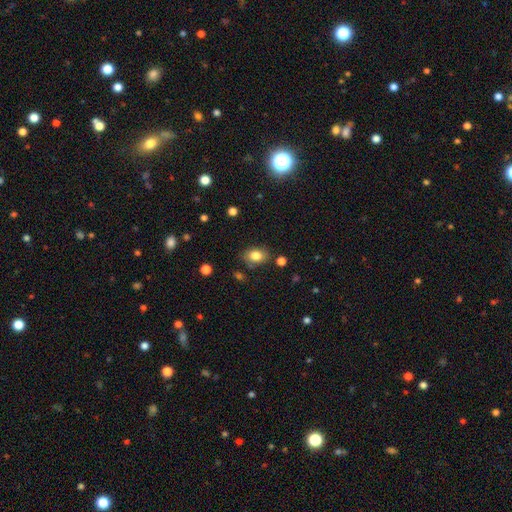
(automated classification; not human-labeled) Q: Smooth or featured?
A: smooth (81%); runner-up: featured or disk (10%)
Q: How rounded?
A: in between (67%); runner-up: round (32%)
Q: Merging?
A: none (78%); runner-up: minor disturbance (15%)